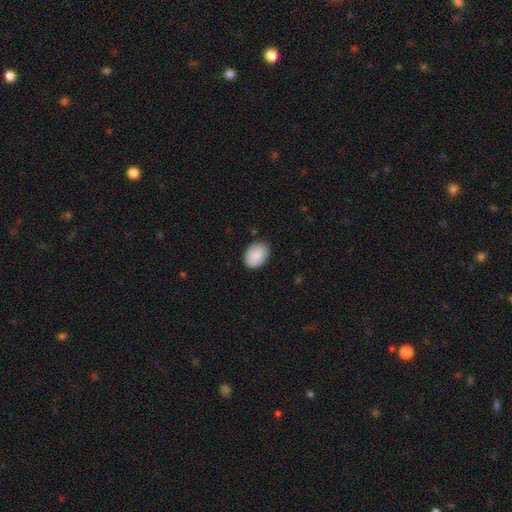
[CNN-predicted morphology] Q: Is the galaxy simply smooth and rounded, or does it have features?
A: smooth — 90%.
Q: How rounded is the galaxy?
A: in between — 75%.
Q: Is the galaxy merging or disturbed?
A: none — 86%.